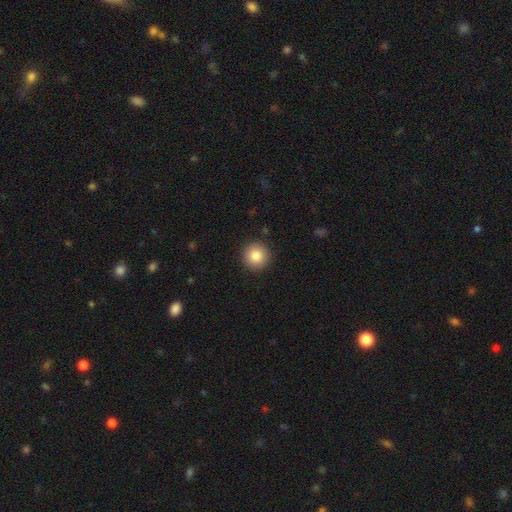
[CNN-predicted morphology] Smooth or featured: smooth — 85% (star or artifact — 9%)
How rounded: round — 95% (in between — 4%)
Merging: none — 91% (minor disturbance — 6%)